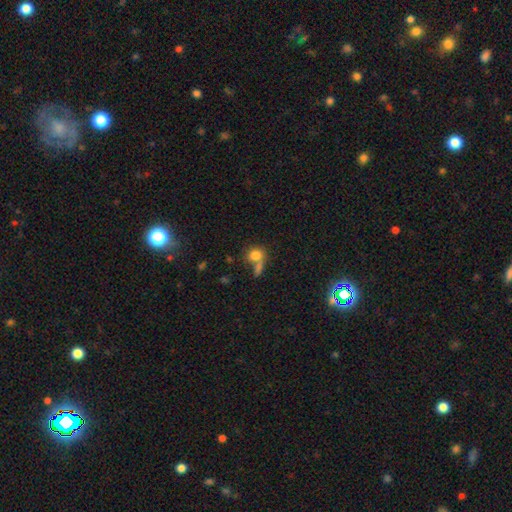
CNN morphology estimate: Smooth or featured? smooth (80%)
How rounded? round (59%)
Merging? none (44%)